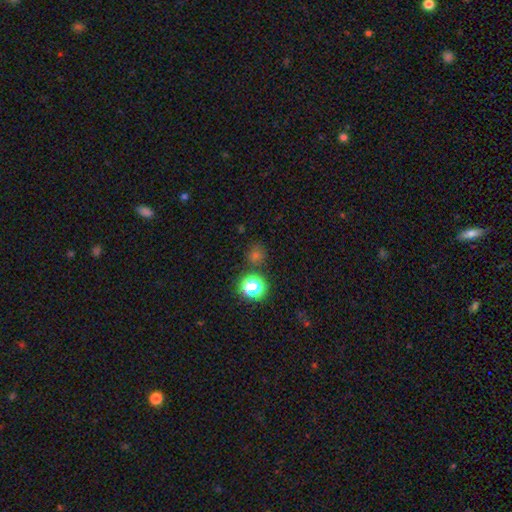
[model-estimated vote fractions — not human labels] smooth-or-featured: smooth: 61% | star or artifact: 34% | featured or disk: 6%
  how-rounded: round: 89% | in between: 10% | cigar-shaped: 1%
  merging: none: 80% | minor disturbance: 9% | merger: 8% | major disturbance: 3%